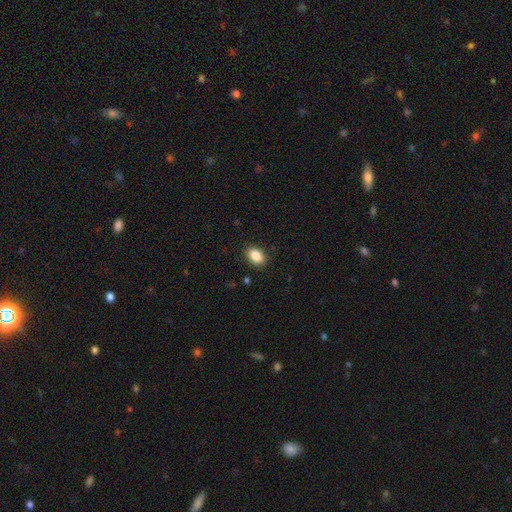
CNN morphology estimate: This appears to be a smooth galaxy with no disk features (88%) that is in between round and cigar-shaped (86%). Merging: none (88%).